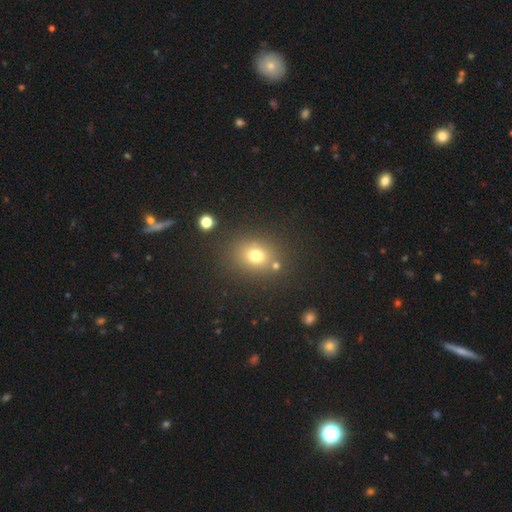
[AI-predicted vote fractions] smooth 73%, star or artifact 17%, featured or disk 10%. Down the decision tree: how rounded — round (60%); merging — none (77%).